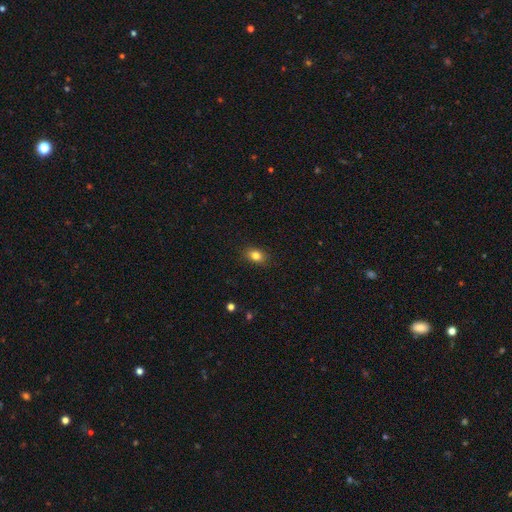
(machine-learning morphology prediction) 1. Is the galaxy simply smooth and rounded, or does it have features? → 83% smooth, 10% star or artifact, 7% featured or disk.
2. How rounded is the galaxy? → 74% in between, 24% round, 2% cigar-shaped.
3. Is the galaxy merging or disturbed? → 88% none, 9% minor disturbance, 2% major disturbance, 1% merger.